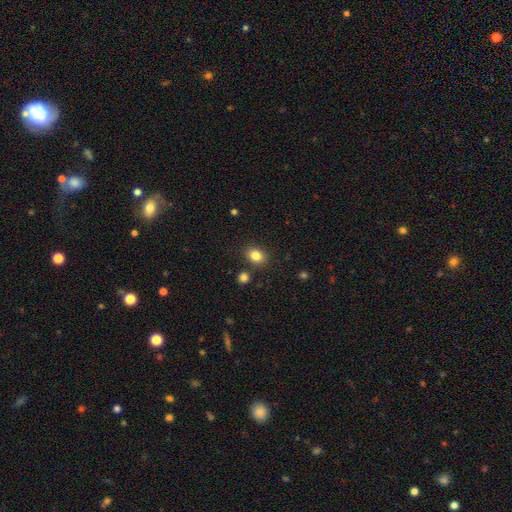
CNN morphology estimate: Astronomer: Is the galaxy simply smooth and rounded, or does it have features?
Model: smooth — 84%.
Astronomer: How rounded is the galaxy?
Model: in between — 63%.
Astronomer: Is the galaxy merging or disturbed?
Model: none — 83%.